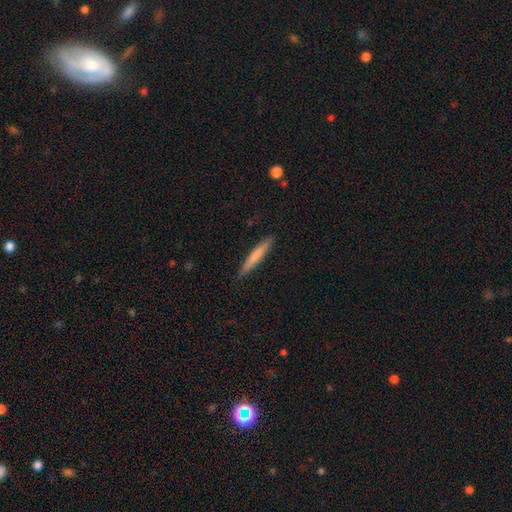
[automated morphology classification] smooth 68%, featured or disk 27%, star or artifact 5%. Down the decision tree: how rounded — cigar-shaped (95%); merging — none (90%).